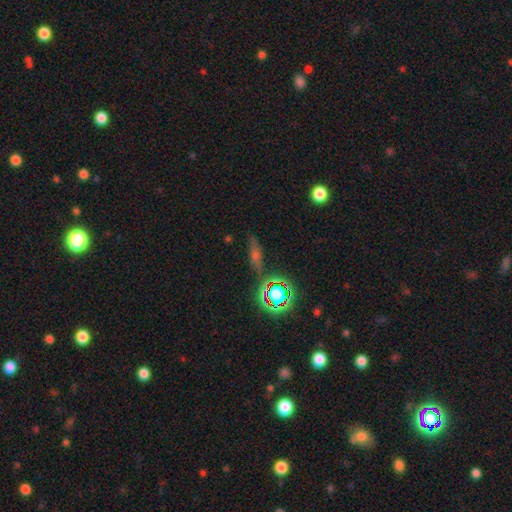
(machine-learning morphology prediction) Smooth or featured?
  - featured or disk: 35% *
  - star or artifact: 34%
  - smooth: 30%
Merging?
  - none: 77% *
  - minor disturbance: 13%
  - major disturbance: 5%
  - merger: 5%